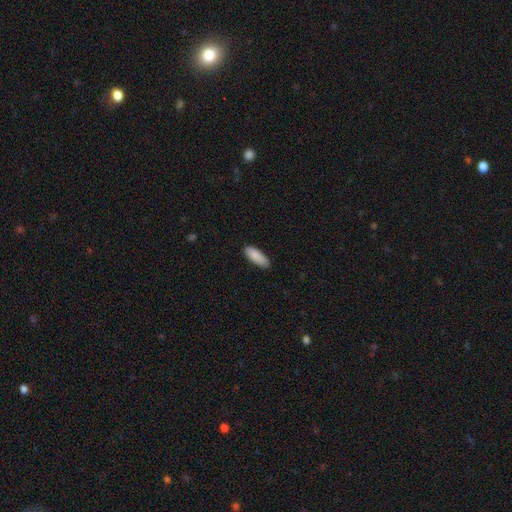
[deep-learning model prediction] smooth 89%, star or artifact 6%, featured or disk 5%. Down the decision tree: how rounded — in between (75%); merging — none (87%).